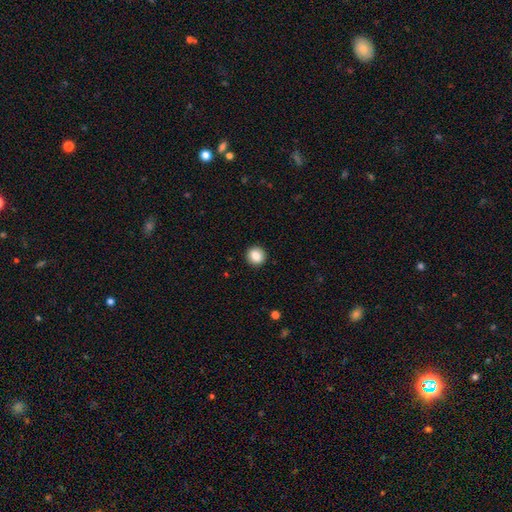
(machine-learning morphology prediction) type=smooth (86%); roundness=round (90%); merging=none (92%).